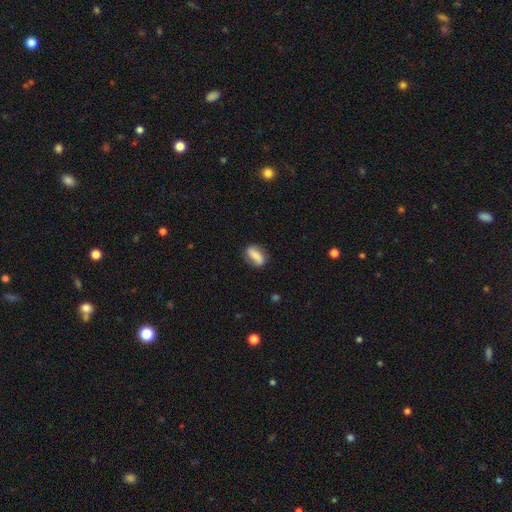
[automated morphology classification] smooth-or-featured: smooth: 74% | featured or disk: 19% | star or artifact: 7%
  how-rounded: in between: 76% | cigar-shaped: 15% | round: 9%
  merging: none: 79% | minor disturbance: 15% | major disturbance: 4% | merger: 2%